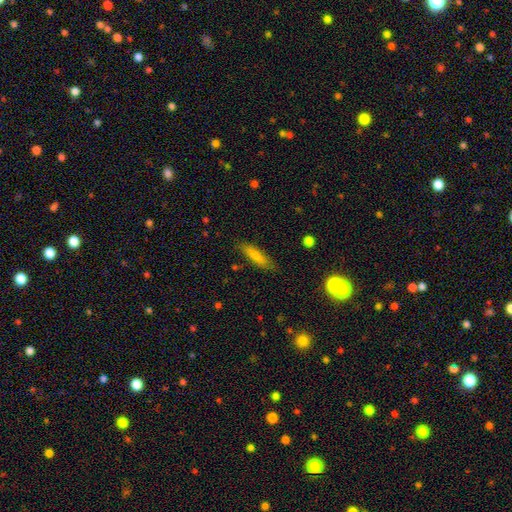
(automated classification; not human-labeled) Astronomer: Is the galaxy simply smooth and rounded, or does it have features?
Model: smooth — 79%.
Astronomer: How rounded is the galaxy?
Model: cigar-shaped — 71%.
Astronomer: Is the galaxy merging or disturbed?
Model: none — 80%.